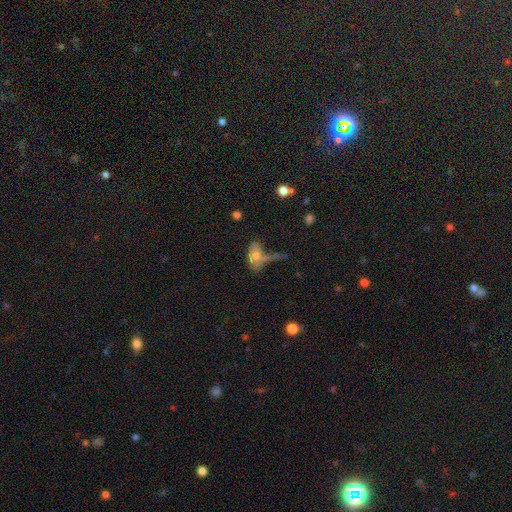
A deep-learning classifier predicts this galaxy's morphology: This appears to be a smooth galaxy with no disk features (58%) that is in between round and cigar-shaped (86%). Merging: none (30%).